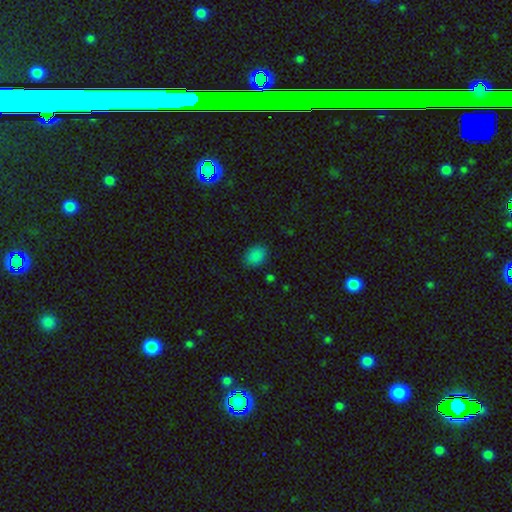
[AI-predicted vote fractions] Smooth or featured?
  - smooth: 85% *
  - star or artifact: 12%
  - featured or disk: 3%
How rounded?
  - in between: 68% *
  - round: 31%
  - cigar-shaped: 1%
Merging?
  - none: 85% *
  - minor disturbance: 11%
  - major disturbance: 3%
  - merger: 1%